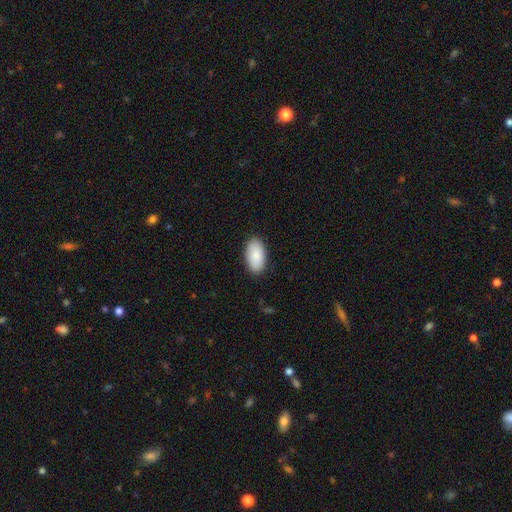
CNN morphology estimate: The model was most divided on "merging": none: 88%, minor disturbance: 9%, major disturbance: 2%, merger: 1%. More confident: how rounded — in between (96%); smooth or featured — smooth (87%).